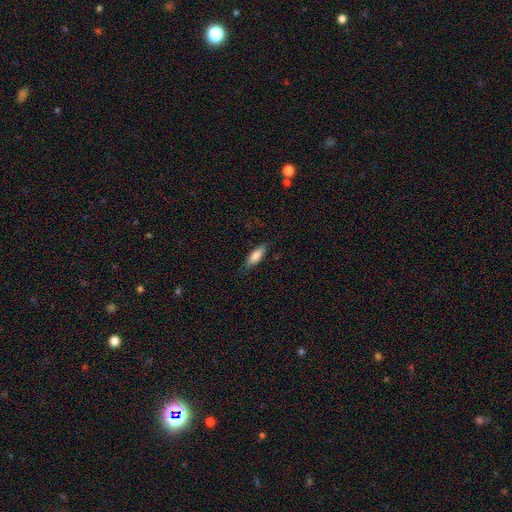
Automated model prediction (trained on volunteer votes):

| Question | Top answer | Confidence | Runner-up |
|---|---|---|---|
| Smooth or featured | smooth | 81% | featured or disk (13%) |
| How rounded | in between | 58% | cigar-shaped (41%) |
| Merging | none | 78% | minor disturbance (17%) |